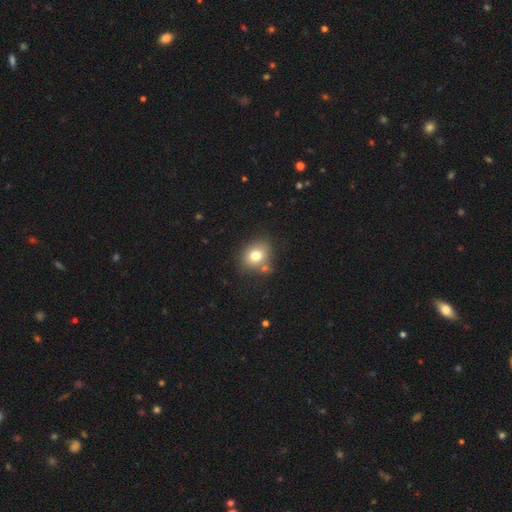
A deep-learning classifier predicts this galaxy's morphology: Smooth or featured: smooth — 76% (featured or disk — 13%)
How rounded: round — 62% (in between — 37%)
Merging: none — 69% (minor disturbance — 14%)